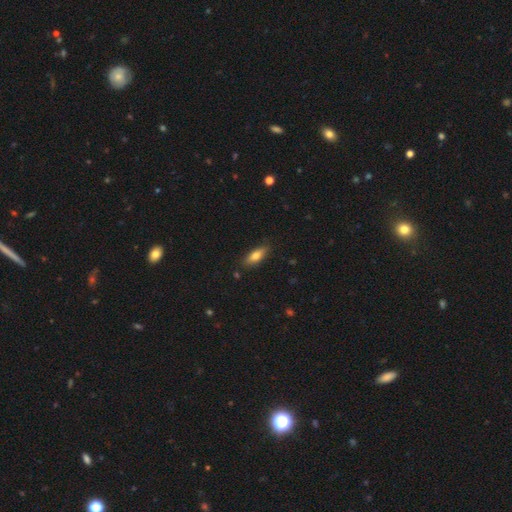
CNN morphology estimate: smooth 74%, featured or disk 19%, star or artifact 7%. Down the decision tree: how rounded — in between (66%); merging — none (85%).